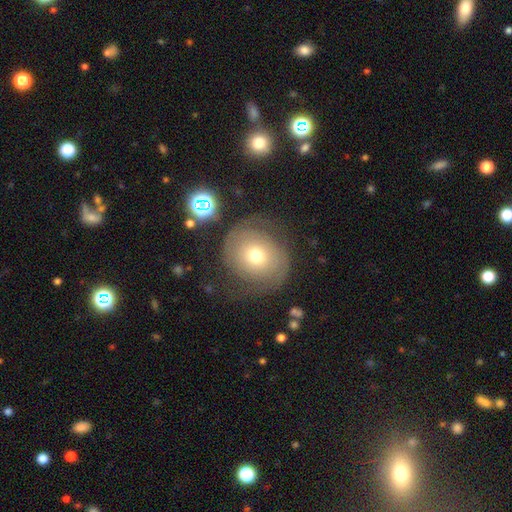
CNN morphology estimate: A featured or disk galaxy (59%) with no bar (79%), spiral arms (83%) and a moderate central bulge (60%). Merging: none (64%).